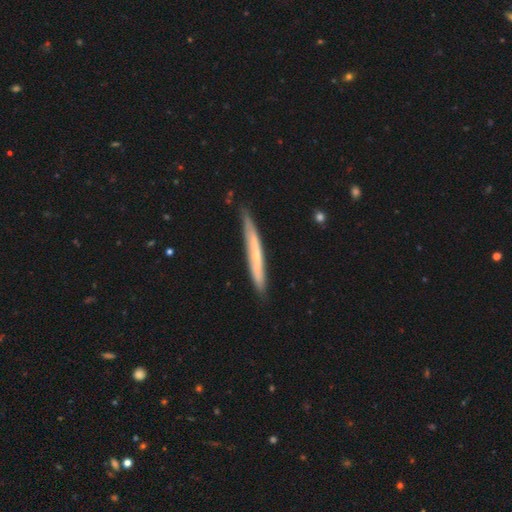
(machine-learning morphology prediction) Smooth or featured?
  - featured or disk: 53% *
  - smooth: 41%
  - star or artifact: 6%
Edge-on disk?
  - yes: 88% *
  - no: 12%
Merging?
  - none: 79% *
  - minor disturbance: 17%
  - major disturbance: 2%
  - merger: 2%